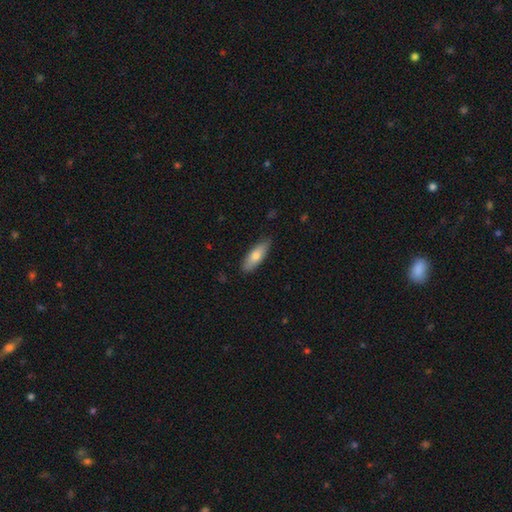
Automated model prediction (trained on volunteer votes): smooth_or_featured: smooth (p=0.74) [alt: featured or disk p=0.20]
how_rounded: in between (p=0.64) [alt: cigar-shaped p=0.34]
merging: none (p=0.84) [alt: minor disturbance p=0.13]